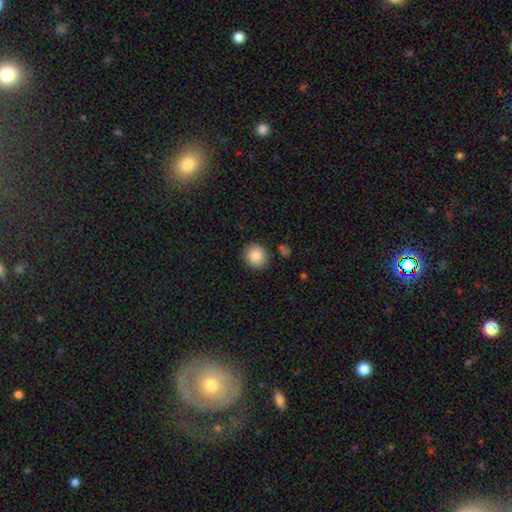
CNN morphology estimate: A smooth galaxy with no disk features (87%) that is round (78%). Merging: none (87%).